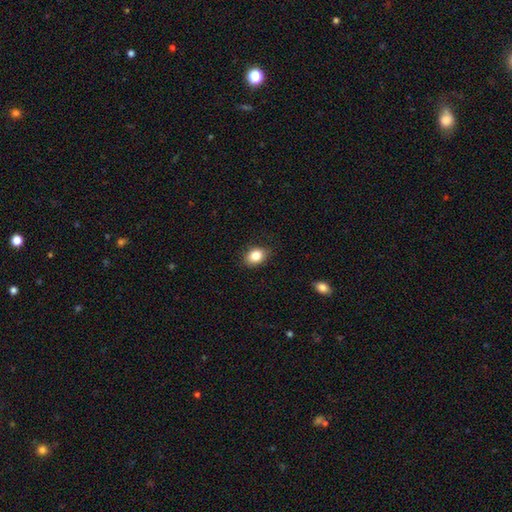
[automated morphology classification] type=smooth (85%); roundness=in between (74%); merging=none (84%).